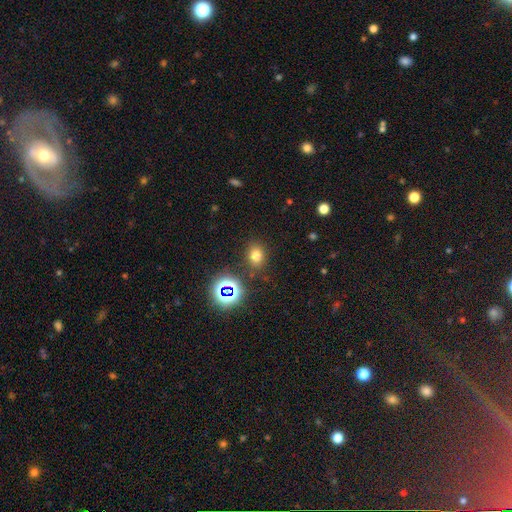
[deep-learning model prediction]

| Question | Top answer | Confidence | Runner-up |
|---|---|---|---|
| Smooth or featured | smooth | 70% | star or artifact (23%) |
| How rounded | in between | 50% | round (49%) |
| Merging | none | 82% | minor disturbance (10%) |